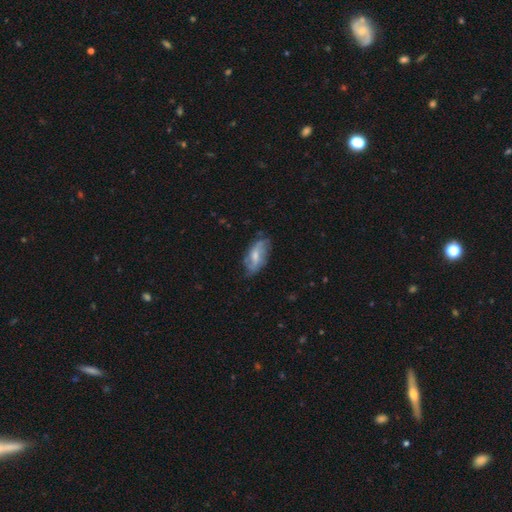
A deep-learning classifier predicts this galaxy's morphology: Smooth or featured?
  - featured or disk: 60% *
  - smooth: 33%
  - star or artifact: 7%
Edge-on disk?
  - no: 92% *
  - yes: 8%
Bar?
  - weak: 48% *
  - no: 37%
  - strong: 15%
Spiral arms?
  - yes: 83% *
  - no: 17%
Bulge size?
  - moderate: 49% *
  - small: 39%
  - none: 7%
  - large: 4%
  - dominant: 1%
Merging?
  - none: 67% *
  - minor disturbance: 24%
  - major disturbance: 8%
  - merger: 2%